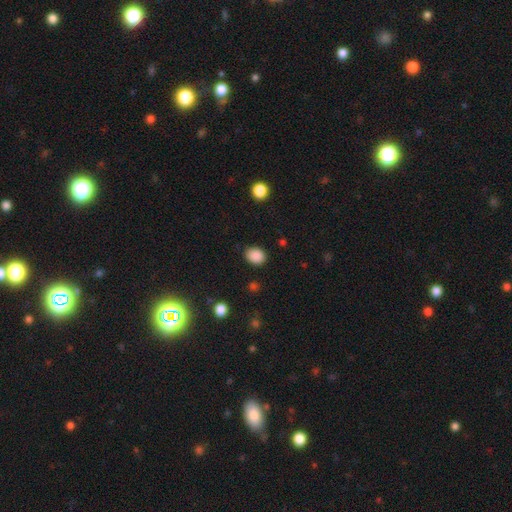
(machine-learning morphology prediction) smooth_or_featured: smooth (p=0.88) [alt: star or artifact p=0.09]
how_rounded: in between (p=0.55) [alt: round p=0.44]
merging: none (p=0.86) [alt: minor disturbance p=0.10]